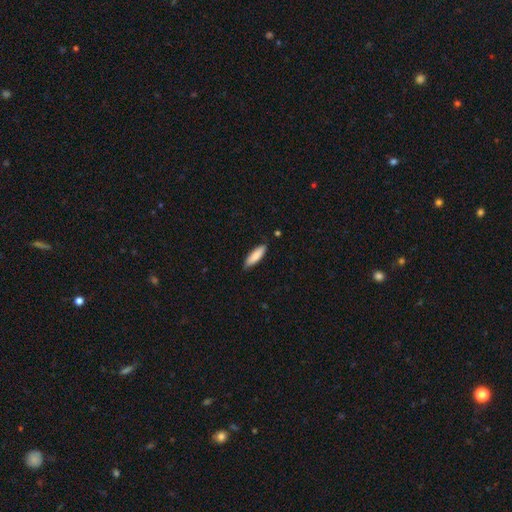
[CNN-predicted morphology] smooth_or_featured: smooth (p=0.85) [alt: featured or disk p=0.10]
how_rounded: cigar-shaped (p=0.55) [alt: in between p=0.44]
merging: none (p=0.83) [alt: minor disturbance p=0.14]